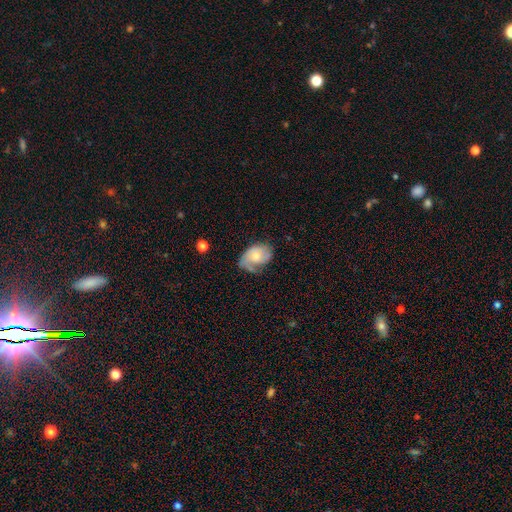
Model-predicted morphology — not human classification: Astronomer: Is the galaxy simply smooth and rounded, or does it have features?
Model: featured or disk — 58% (runner-up: smooth, 35%).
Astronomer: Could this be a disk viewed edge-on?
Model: no — 96%.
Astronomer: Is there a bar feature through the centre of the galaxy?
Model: no — 73%.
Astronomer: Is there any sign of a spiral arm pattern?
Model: yes — 84%.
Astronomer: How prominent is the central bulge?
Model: moderate — 47% (runner-up: small, 39%).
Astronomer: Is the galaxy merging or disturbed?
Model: none — 49% (runner-up: minor disturbance, 30%).